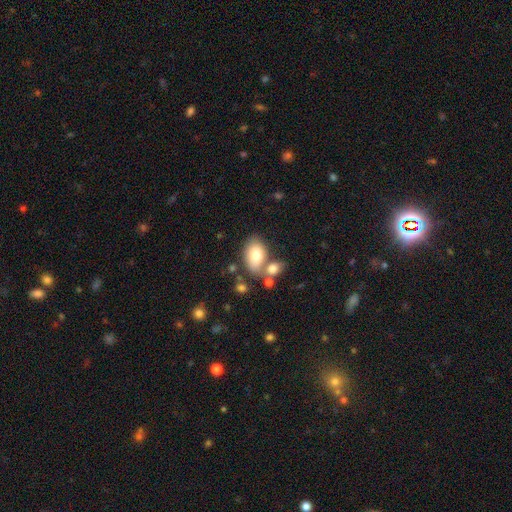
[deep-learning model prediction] Smooth or featured?
  - smooth: 80% *
  - featured or disk: 13%
  - star or artifact: 7%
How rounded?
  - in between: 90% *
  - round: 8%
  - cigar-shaped: 1%
Merging?
  - none: 53% *
  - merger: 27%
  - minor disturbance: 15%
  - major disturbance: 5%